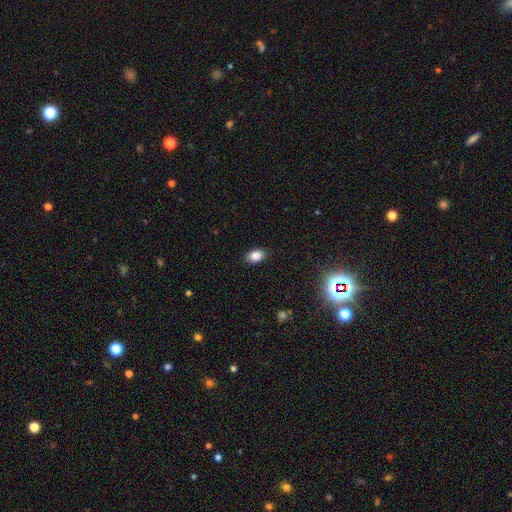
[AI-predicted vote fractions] Overall: smooth (83%). How rounded: in between (86%). Merging: none (88%).